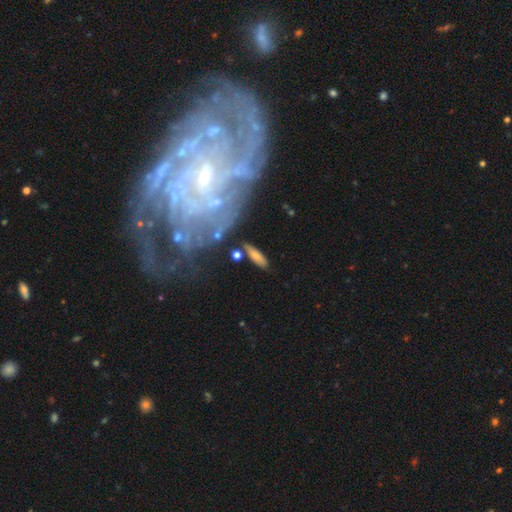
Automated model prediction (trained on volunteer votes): Smooth or featured? smooth (69%)
How rounded? cigar-shaped (52%)
Merging? none (76%)